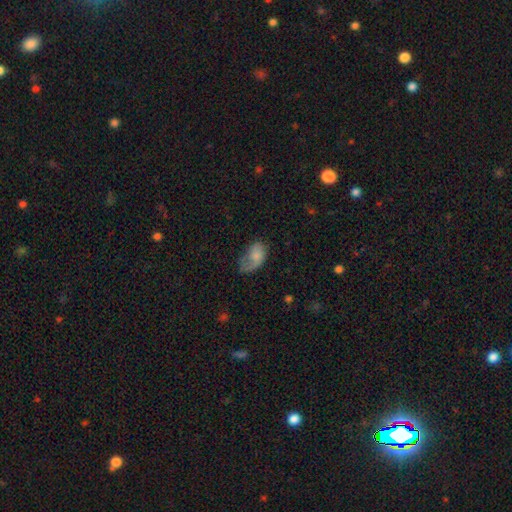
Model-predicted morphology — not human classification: Q: Smooth or featured?
A: smooth (62%); runner-up: featured or disk (29%)
Q: How rounded?
A: in between (89%); runner-up: round (9%)
Q: Merging?
A: major disturbance (36%); runner-up: minor disturbance (32%)